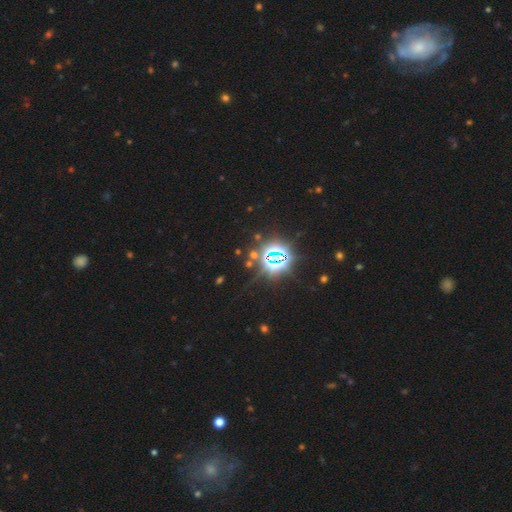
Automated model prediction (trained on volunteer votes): Overall: star or artifact (80%).